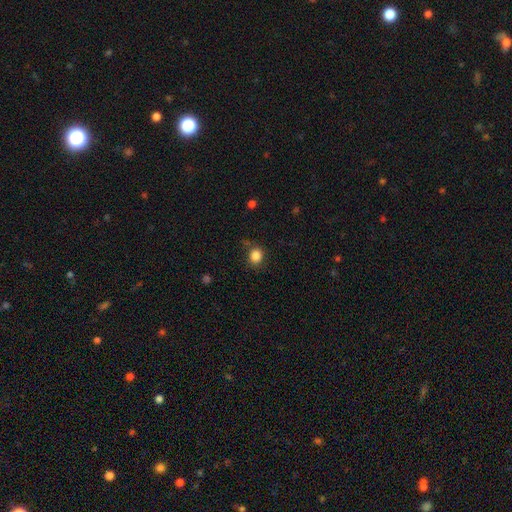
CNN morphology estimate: The model was most divided on "how rounded": round: 72%, in between: 27%, cigar-shaped: 1%. More confident: smooth or featured — smooth (85%); merging — none (79%).